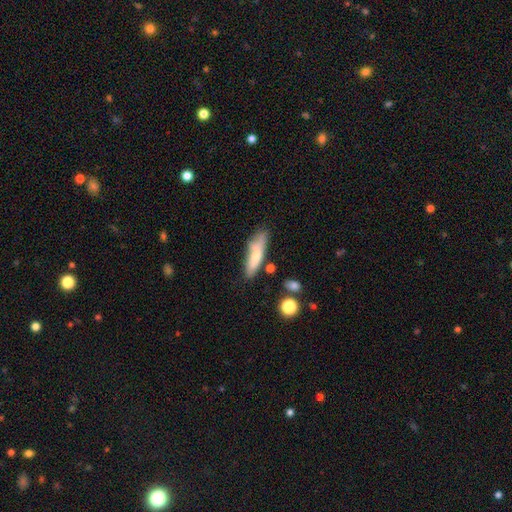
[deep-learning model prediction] The model was most divided on "how rounded": cigar-shaped: 58%, in between: 40%, round: 2%. More confident: smooth or featured — smooth (68%); merging — none (59%).